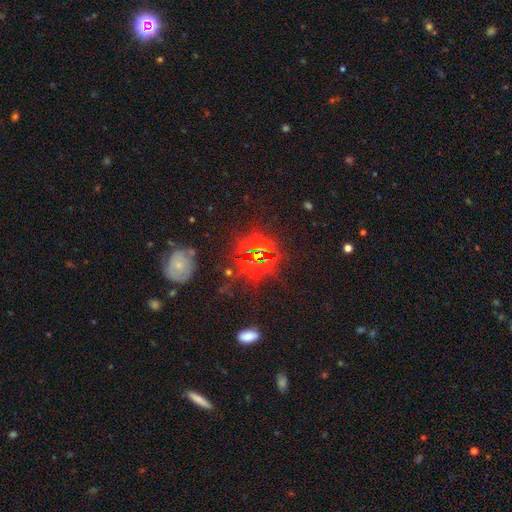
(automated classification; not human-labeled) smooth_or_featured: star or artifact (p=0.81) [alt: smooth p=0.11]